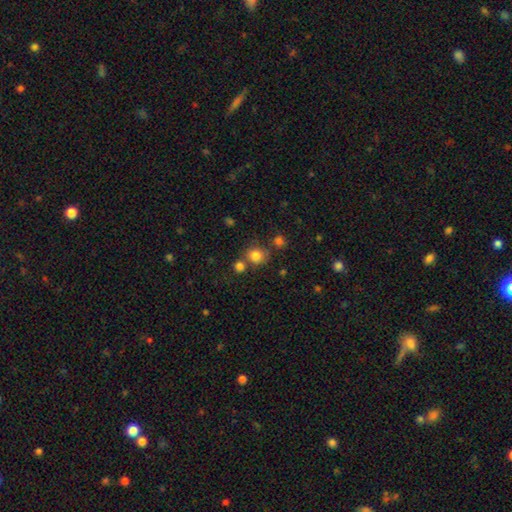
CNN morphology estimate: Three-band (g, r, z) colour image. It shows a smooth galaxy with no disk features (80%) that is round (84%). Merging: none (67%).